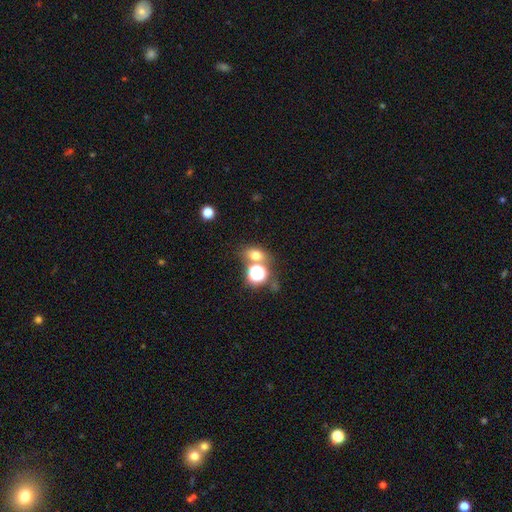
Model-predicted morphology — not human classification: Overall: smooth (66%). How rounded: in between (53%; round 45%). Merging: none (62%; merger 24%).